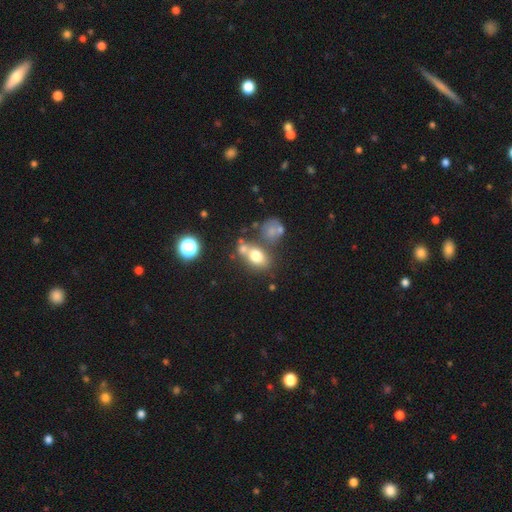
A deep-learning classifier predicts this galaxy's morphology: This appears to be a smooth galaxy with no disk features (71%) that is in between round and cigar-shaped (67%). Merging: none (45%).